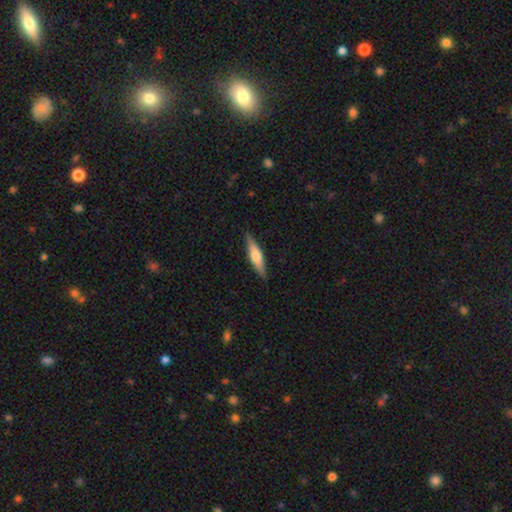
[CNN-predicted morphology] Smooth or featured? smooth (54%)
How rounded? cigar-shaped (77%)
Merging? none (87%)